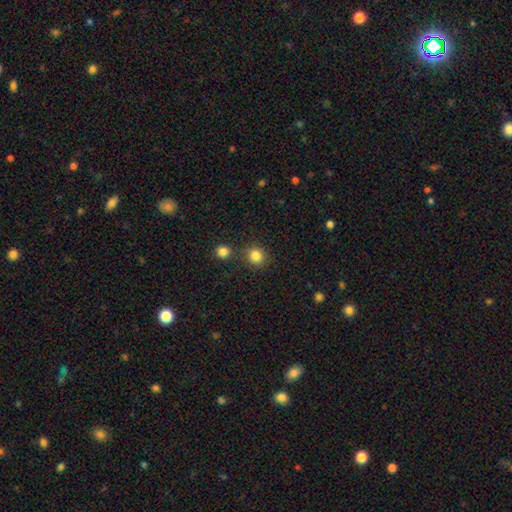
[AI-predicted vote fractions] The model was most divided on "smooth or featured": smooth: 84%, star or artifact: 12%, featured or disk: 4%. More confident: how rounded — round (88%); merging — none (83%).